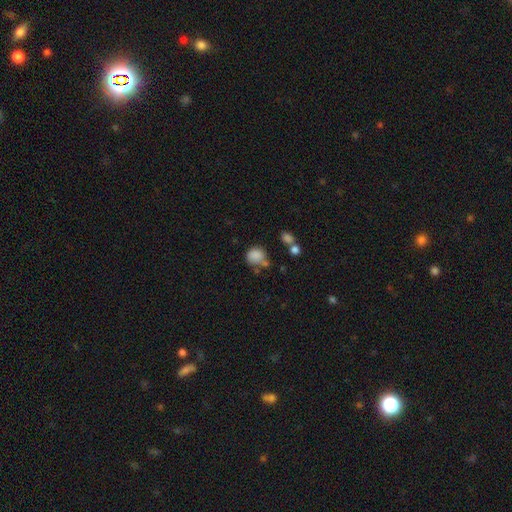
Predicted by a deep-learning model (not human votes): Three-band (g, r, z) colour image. It shows a smooth galaxy with no disk features (82%) that is round (66%). Merging: none (49%).